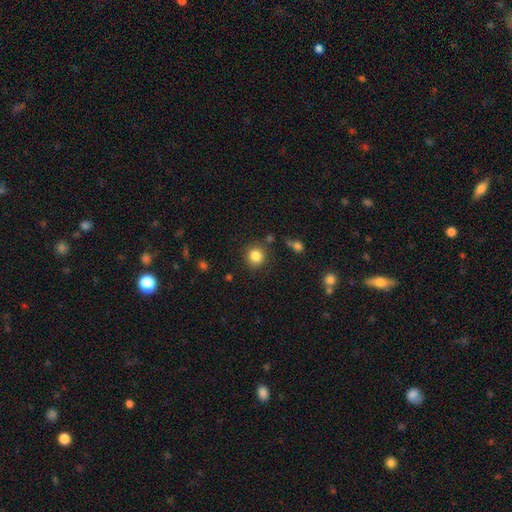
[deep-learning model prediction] Smooth or featured? smooth (84%)
How rounded? round (90%)
Merging? none (84%)